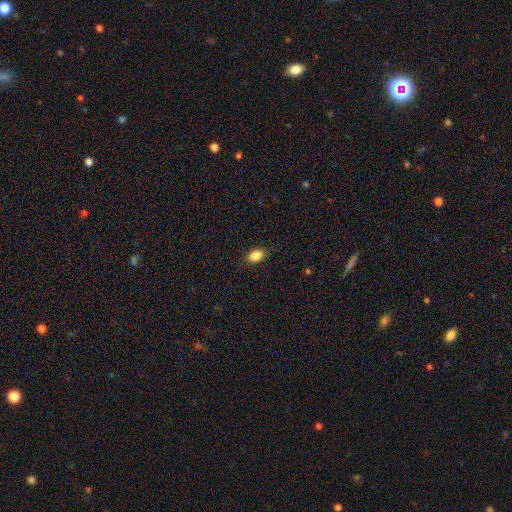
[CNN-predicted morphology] smooth-or-featured: smooth: 87% | star or artifact: 9% | featured or disk: 4%
  how-rounded: in between: 81% | round: 17% | cigar-shaped: 2%
  merging: none: 84% | minor disturbance: 12% | major disturbance: 3% | merger: 1%